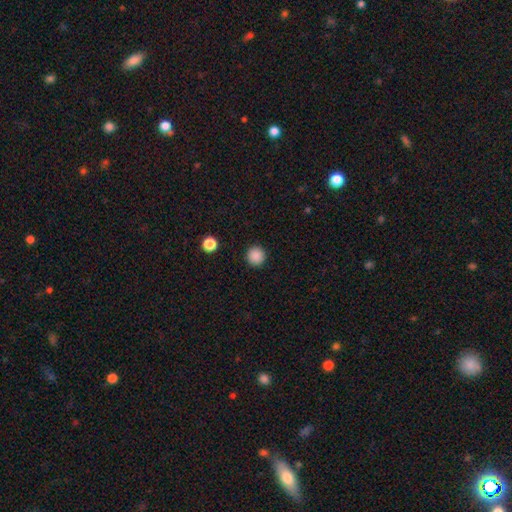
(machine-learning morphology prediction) Smooth or featured? smooth (88%)
How rounded? round (95%)
Merging? none (93%)